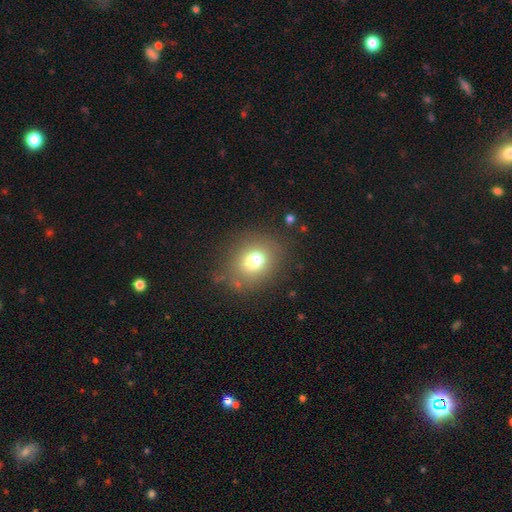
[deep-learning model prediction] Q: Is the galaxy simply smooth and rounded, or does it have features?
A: smooth — 69%.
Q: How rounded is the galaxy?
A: round — 66%.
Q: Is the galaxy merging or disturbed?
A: none — 82%.